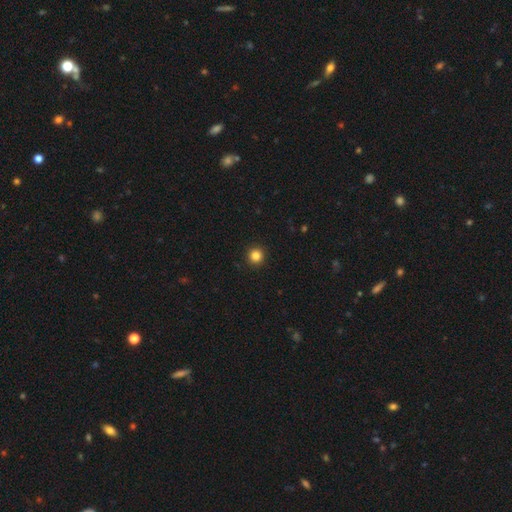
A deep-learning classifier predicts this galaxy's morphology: smooth-or-featured: smooth: 84% | star or artifact: 12% | featured or disk: 4%
  how-rounded: round: 96% | in between: 3% | cigar-shaped: 1%
  merging: none: 93% | minor disturbance: 4% | major disturbance: 2% | merger: 1%